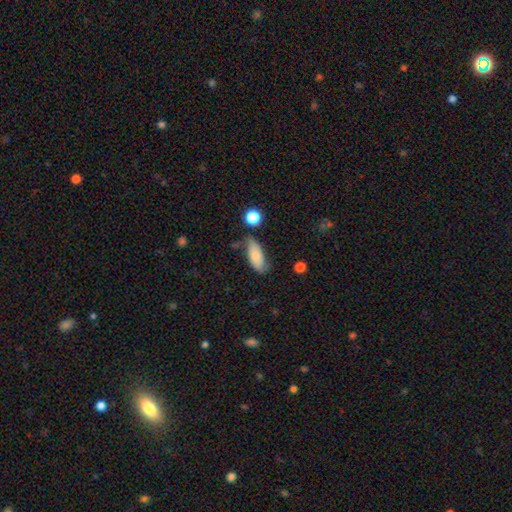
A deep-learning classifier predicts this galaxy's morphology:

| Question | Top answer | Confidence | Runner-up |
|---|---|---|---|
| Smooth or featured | smooth | 75% | featured or disk (17%) |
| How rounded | in between | 83% | cigar-shaped (15%) |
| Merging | none | 60% | minor disturbance (27%) |